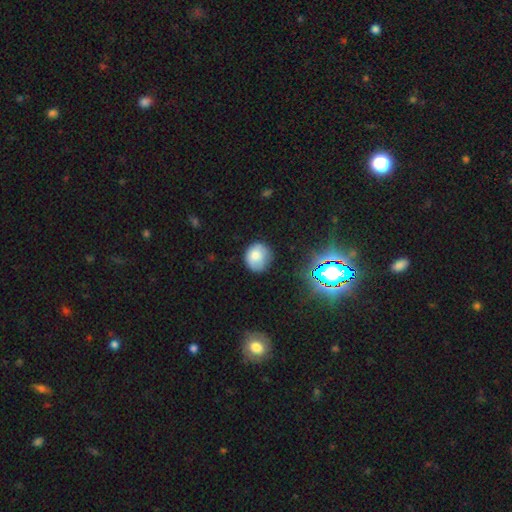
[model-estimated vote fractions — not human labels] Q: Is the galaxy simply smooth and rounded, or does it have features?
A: smooth — 74%.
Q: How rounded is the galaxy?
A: round — 79%.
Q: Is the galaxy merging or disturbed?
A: none — 70%.